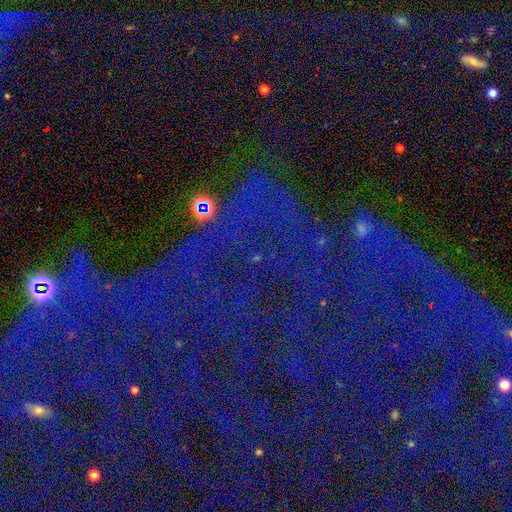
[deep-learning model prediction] A star or artifact, not a galaxy (81%).